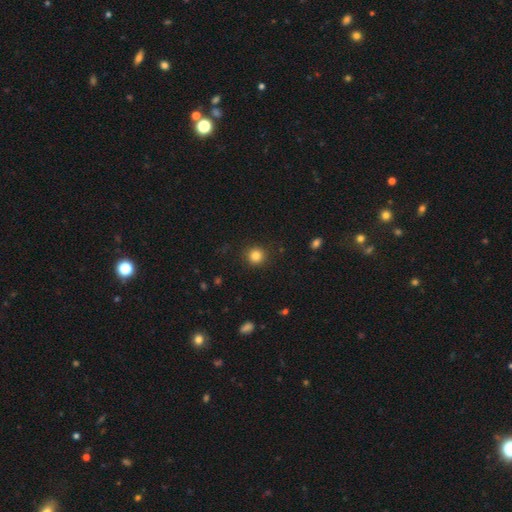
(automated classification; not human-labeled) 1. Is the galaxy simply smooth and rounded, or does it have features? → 84% smooth, 11% star or artifact, 5% featured or disk.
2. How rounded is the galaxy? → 94% round, 5% in between, 1% cigar-shaped.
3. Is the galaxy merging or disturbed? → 91% none, 6% minor disturbance, 2% major disturbance, 1% merger.